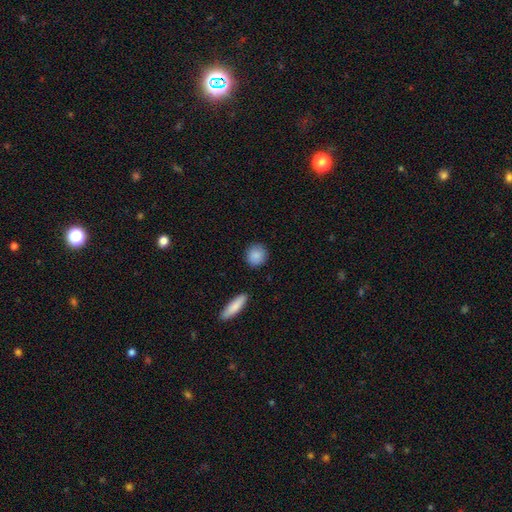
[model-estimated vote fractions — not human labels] A smooth galaxy with no disk features (89%) that is round (85%).

Vote fractions:
- Smooth or featured? smooth: 89% / star or artifact: 6% / featured or disk: 5%
- How rounded? round: 85% / in between: 13% / cigar-shaped: 2%
- Merging? none: 88% / minor disturbance: 8% / major disturbance: 2% / merger: 2%